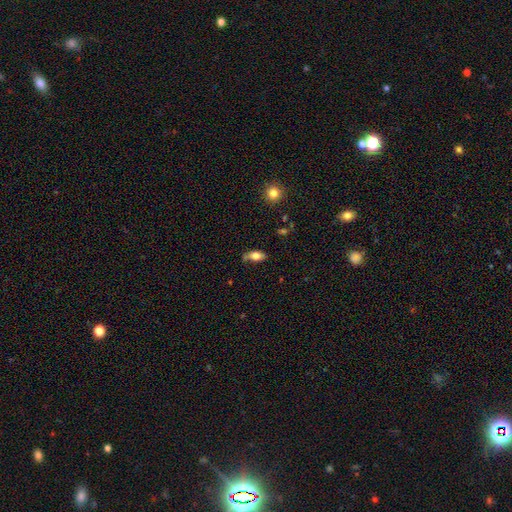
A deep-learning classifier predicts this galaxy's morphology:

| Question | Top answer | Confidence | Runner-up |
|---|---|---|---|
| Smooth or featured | smooth | 75% | featured or disk (16%) |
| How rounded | in between | 84% | cigar-shaped (11%) |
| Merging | none | 59% | minor disturbance (28%) |